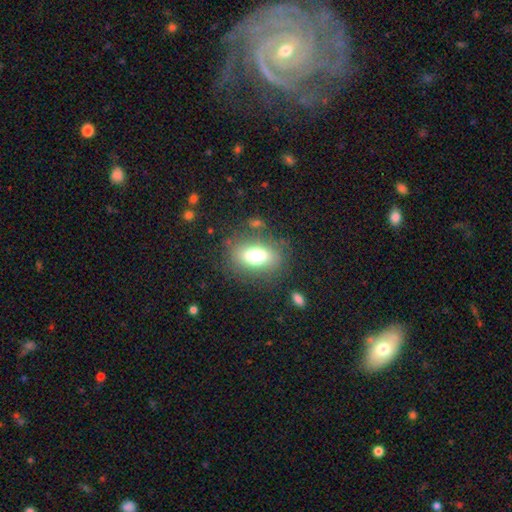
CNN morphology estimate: Smooth or featured?
  - smooth: 71% *
  - featured or disk: 18%
  - star or artifact: 10%
How rounded?
  - in between: 80% *
  - round: 16%
  - cigar-shaped: 4%
Merging?
  - none: 77% *
  - minor disturbance: 13%
  - major disturbance: 6%
  - merger: 3%